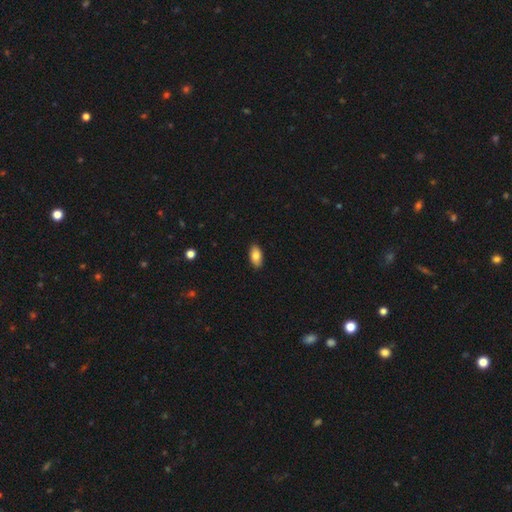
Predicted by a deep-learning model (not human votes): Morphology: type=smooth (84%); roundness=in between (92%); merging=none (89%).